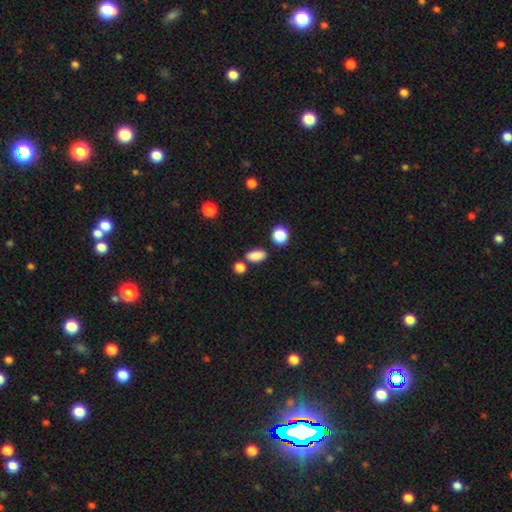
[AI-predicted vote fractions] This appears to be a smooth galaxy with no disk features (86%) that is in between round and cigar-shaped (85%). Merging: none (76%).